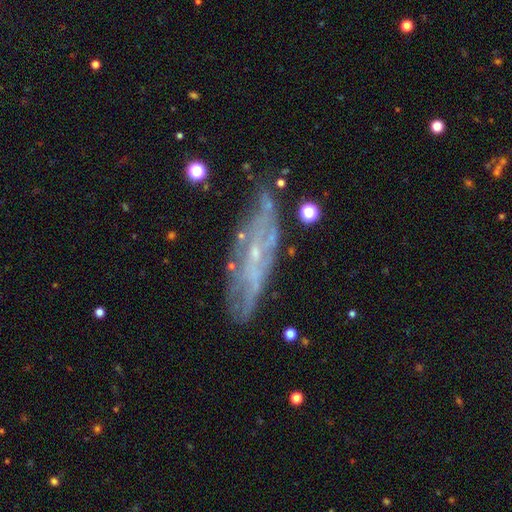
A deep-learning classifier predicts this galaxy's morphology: This appears to be a featured or disk galaxy (74%). Merging: none (70%).